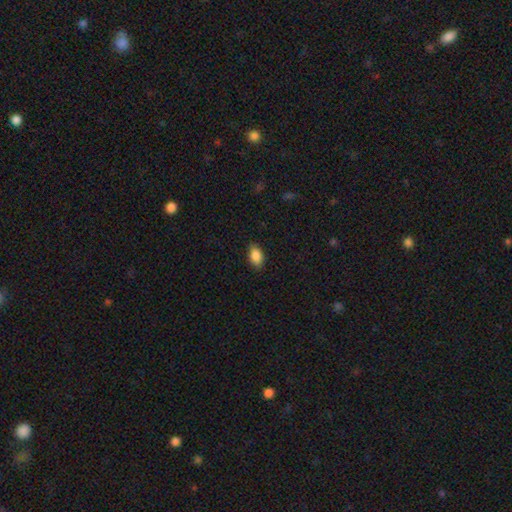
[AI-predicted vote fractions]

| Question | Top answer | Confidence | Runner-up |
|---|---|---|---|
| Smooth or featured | smooth | 88% | star or artifact (8%) |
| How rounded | in between | 90% | round (8%) |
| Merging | none | 85% | minor disturbance (12%) |